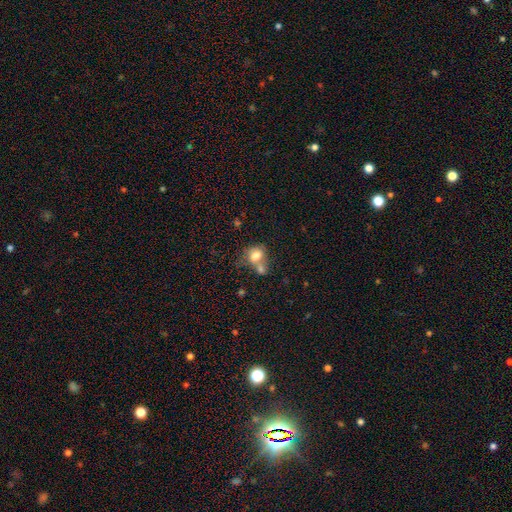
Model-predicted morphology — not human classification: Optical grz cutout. It shows a smooth galaxy with no disk features (76%) that is in between round and cigar-shaped (53%). Merging: merger (56%).